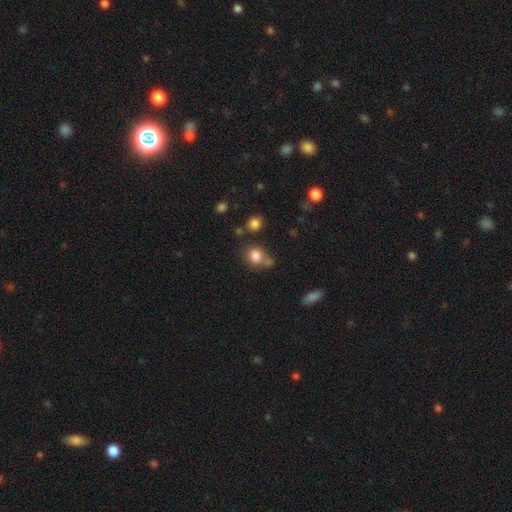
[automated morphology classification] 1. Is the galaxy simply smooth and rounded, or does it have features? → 81% smooth, 11% star or artifact, 8% featured or disk.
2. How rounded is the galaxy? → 72% round, 27% in between, 1% cigar-shaped.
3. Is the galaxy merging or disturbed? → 56% none, 19% minor disturbance, 19% merger, 7% major disturbance.